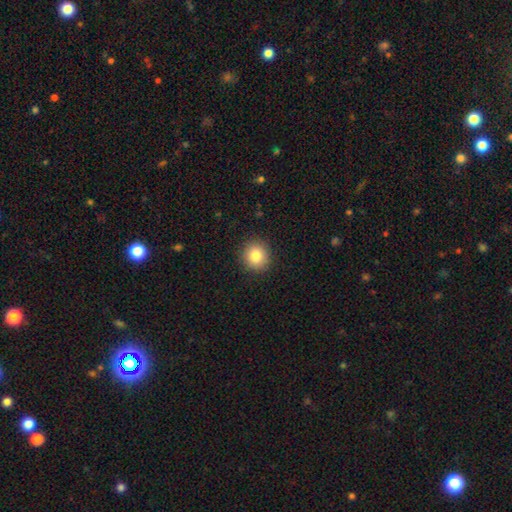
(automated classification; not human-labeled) Morphology: type=smooth (84%); roundness=round (90%); merging=none (91%).